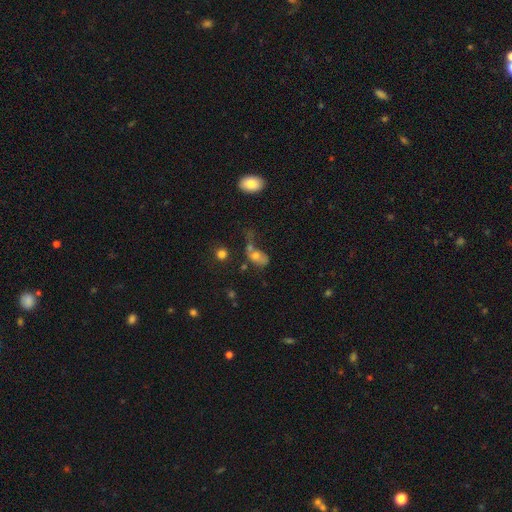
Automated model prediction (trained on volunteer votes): smooth-or-featured: smooth: 60% | featured or disk: 25% | star or artifact: 14%
  how-rounded: in between: 75% | round: 22% | cigar-shaped: 3%
  merging: merger: 32% | major disturbance: 29% | none: 22% | minor disturbance: 16%